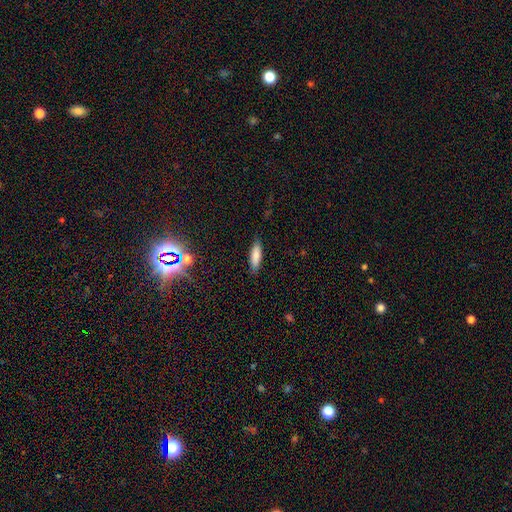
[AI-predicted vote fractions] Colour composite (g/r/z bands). It shows a smooth galaxy with no disk features (83%) that is cigar-shaped (53%). Merging: none (85%).